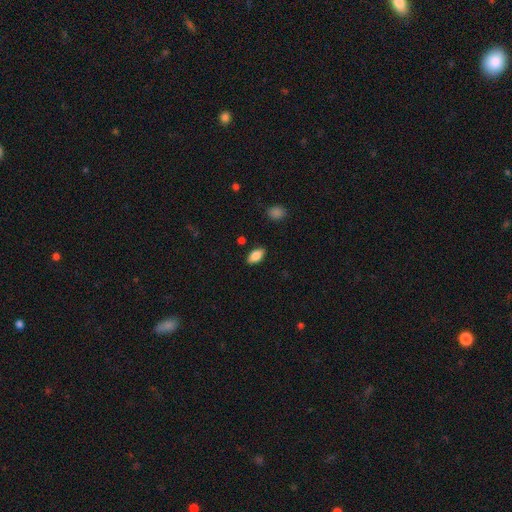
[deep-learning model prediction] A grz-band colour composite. It shows a smooth galaxy with no disk features (85%) that is in between round and cigar-shaped (92%). Merging: none (87%).